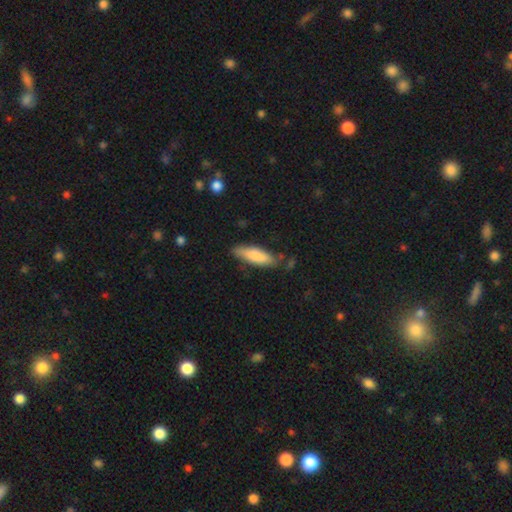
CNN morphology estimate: Smooth or featured: smooth — 81% (featured or disk — 13%)
How rounded: cigar-shaped — 54% (in between — 45%)
Merging: none — 75% (minor disturbance — 18%)